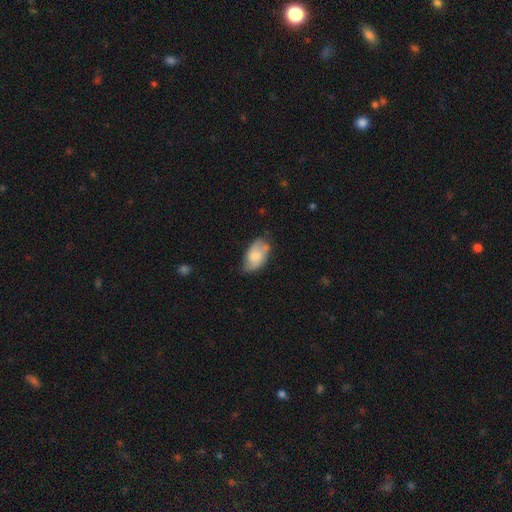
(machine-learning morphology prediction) The model was most divided on "merging": none: 56%, minor disturbance: 33%, major disturbance: 8%, merger: 4%. More confident: how rounded — in between (93%); smooth or featured — smooth (63%).